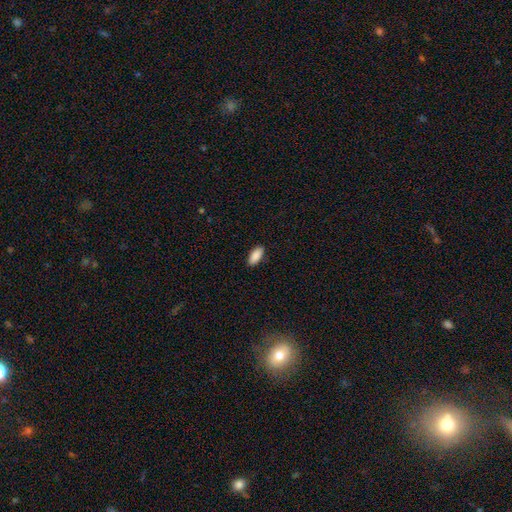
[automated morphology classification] Smooth or featured?
  - smooth: 89% *
  - star or artifact: 6%
  - featured or disk: 4%
How rounded?
  - in between: 87% *
  - cigar-shaped: 11%
  - round: 2%
Merging?
  - none: 89% *
  - minor disturbance: 8%
  - major disturbance: 2%
  - merger: 1%